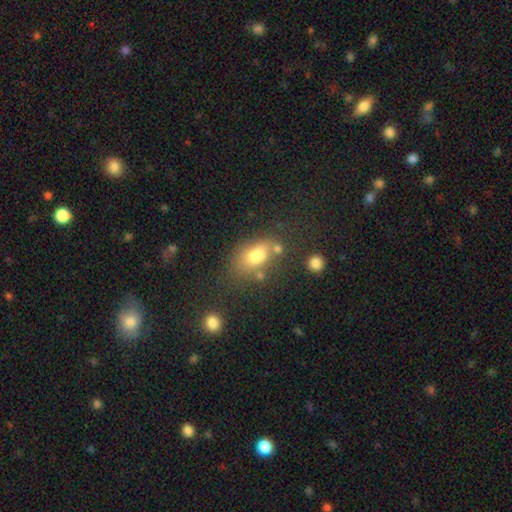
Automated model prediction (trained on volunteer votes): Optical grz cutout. It shows a smooth galaxy with no disk features (71%) that is in between round and cigar-shaped (78%). Merging: none (42%).